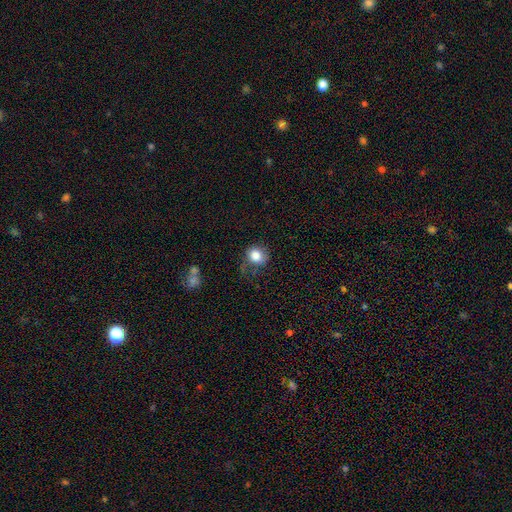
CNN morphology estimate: smooth-or-featured: smooth: 81% | featured or disk: 9% | star or artifact: 9%
  how-rounded: round: 71% | in between: 28% | cigar-shaped: 1%
  merging: none: 56% | minor disturbance: 26% | major disturbance: 15% | merger: 3%